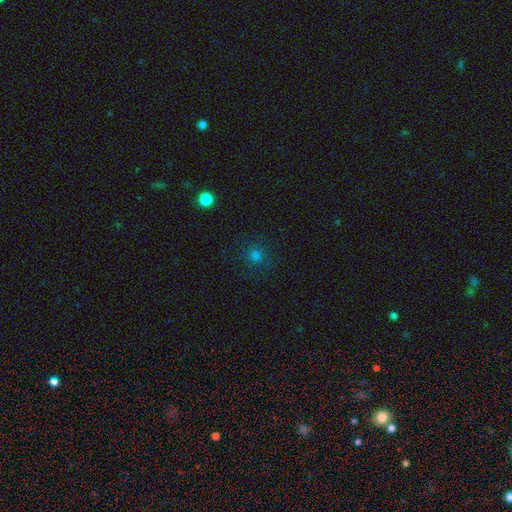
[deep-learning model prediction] The model was most divided on "smooth or featured": smooth: 72%, star or artifact: 22%, featured or disk: 6%. More confident: how rounded — round (92%); merging — none (85%).